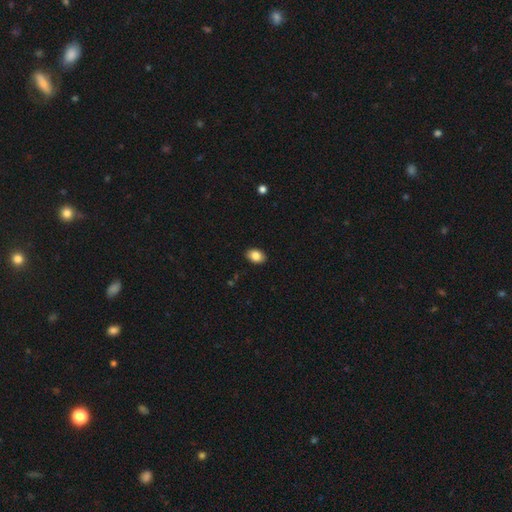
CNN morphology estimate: smooth-or-featured: smooth: 85% | star or artifact: 8% | featured or disk: 7%
  how-rounded: in between: 80% | round: 19% | cigar-shaped: 1%
  merging: none: 90% | minor disturbance: 8% | major disturbance: 2% | merger: 1%